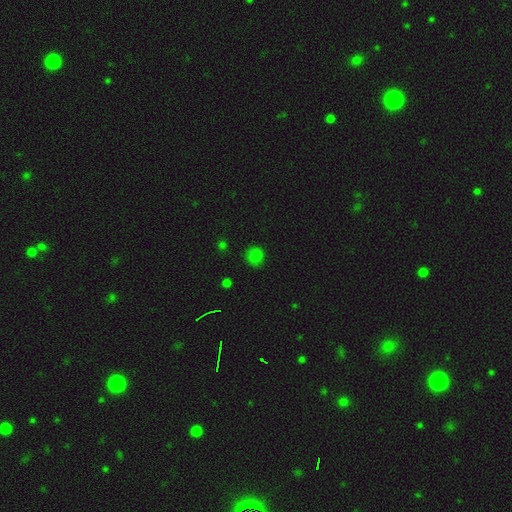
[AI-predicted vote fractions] Overall: smooth (76%). How rounded: round (86%). Merging: none (80%).